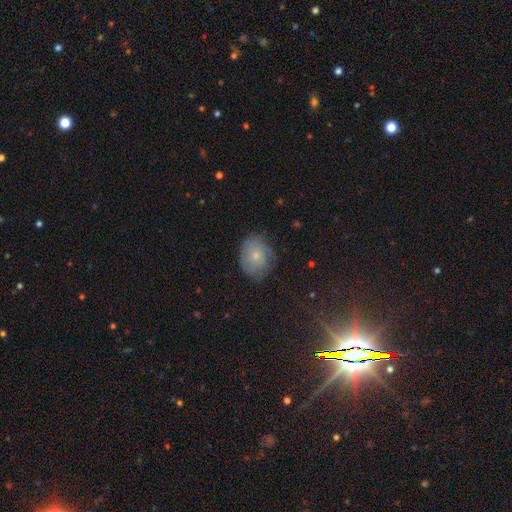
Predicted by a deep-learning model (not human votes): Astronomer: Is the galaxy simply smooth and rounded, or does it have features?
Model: smooth — 63%.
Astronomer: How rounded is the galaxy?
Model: in between — 54% (runner-up: round, 45%).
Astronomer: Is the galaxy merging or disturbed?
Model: none — 68%.